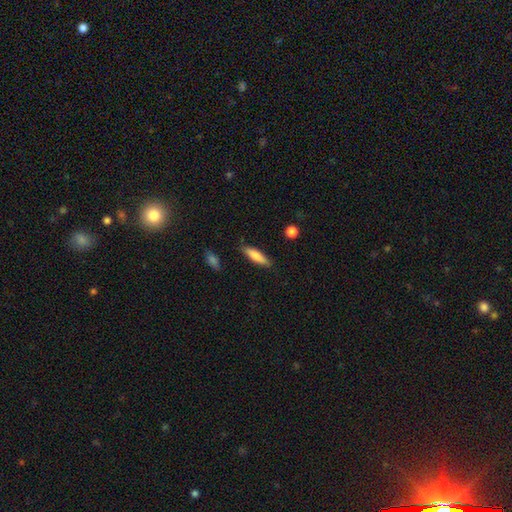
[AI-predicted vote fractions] Q: Smooth or featured?
A: smooth (77%); runner-up: featured or disk (16%)
Q: How rounded?
A: cigar-shaped (70%); runner-up: in between (28%)
Q: Merging?
A: none (85%); runner-up: minor disturbance (11%)